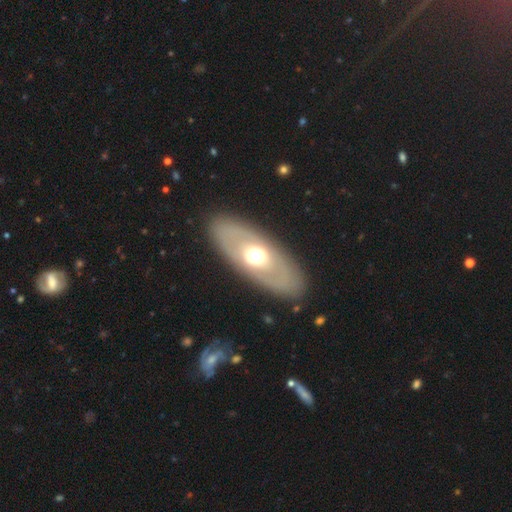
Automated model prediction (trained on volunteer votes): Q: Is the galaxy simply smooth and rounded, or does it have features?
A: featured or disk — 55%.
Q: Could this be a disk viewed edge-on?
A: no — 81%.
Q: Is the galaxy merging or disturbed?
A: none — 86%.